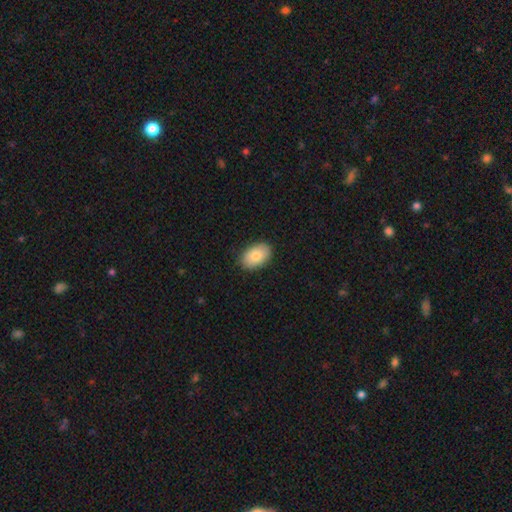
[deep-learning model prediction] This appears to be a smooth galaxy with no disk features (82%) that is in between round and cigar-shaped (91%). Merging: none (88%).